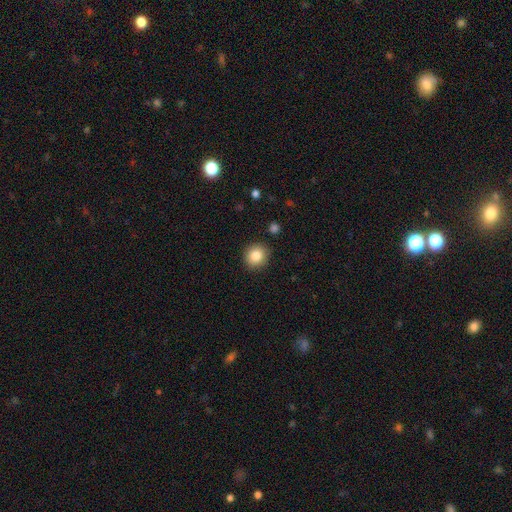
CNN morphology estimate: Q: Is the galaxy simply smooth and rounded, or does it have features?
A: smooth — 84%.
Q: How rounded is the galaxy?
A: round — 86%.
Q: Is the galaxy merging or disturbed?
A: none — 89%.